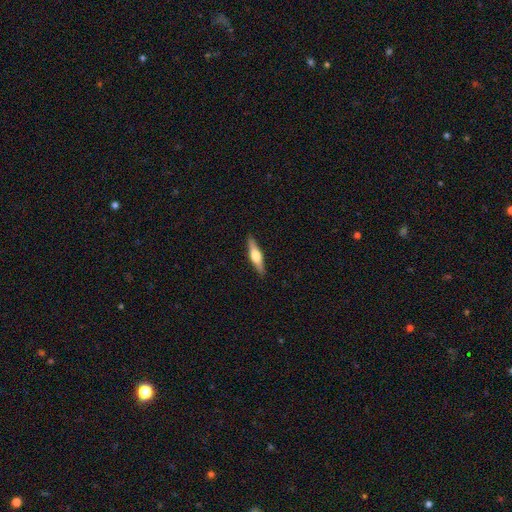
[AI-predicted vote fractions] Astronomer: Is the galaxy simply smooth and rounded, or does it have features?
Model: featured or disk — 57% (runner-up: smooth, 37%).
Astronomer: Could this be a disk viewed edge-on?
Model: yes — 96%.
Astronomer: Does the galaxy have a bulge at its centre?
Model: rounded — 91%.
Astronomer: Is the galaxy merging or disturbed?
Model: none — 90%.